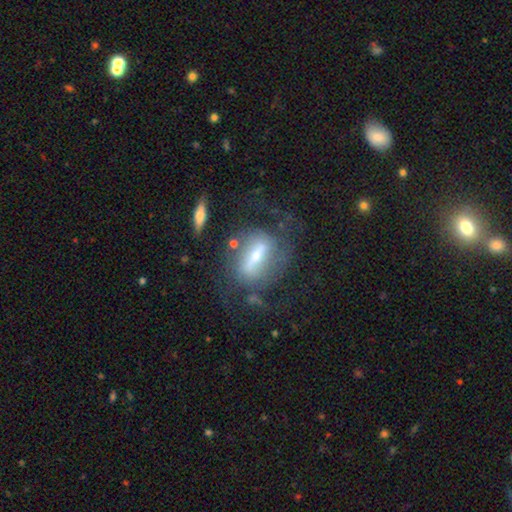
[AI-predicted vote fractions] Smooth or featured: featured or disk — 62% (smooth — 29%)
Edge-on disk: no — 75% (yes — 25%)
Merging: none — 53% (major disturbance — 23%)